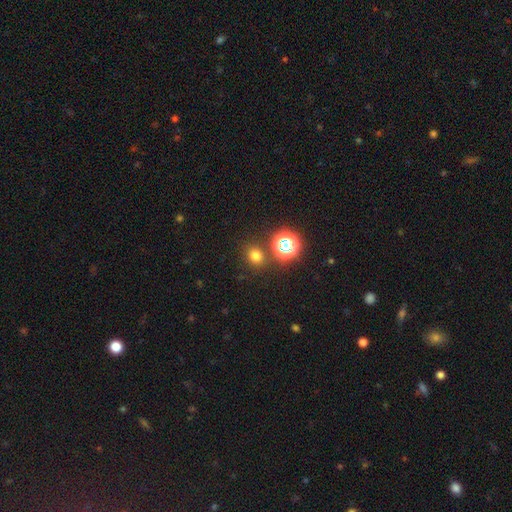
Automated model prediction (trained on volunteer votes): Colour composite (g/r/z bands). It shows a smooth galaxy with no disk features (71%) that is round (76%). Merging: none (82%).